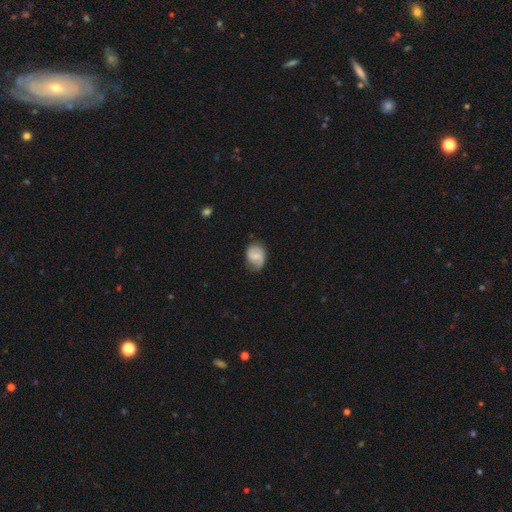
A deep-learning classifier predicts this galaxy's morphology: A featured or disk galaxy (55%) with a weak bar (52%), spiral arms (88%) and a small central bulge (52%).

Vote fractions:
- Smooth or featured? featured or disk: 55% / smooth: 38% / star or artifact: 7%
- Edge-on disk? no: 98% / yes: 2%
- Bar? weak: 52% / no: 36% / strong: 12%
- Spiral arms? yes: 88% / no: 12%
- Bulge size? small: 52% / moderate: 28% / none: 18% / large: 2% / dominant: 1%
- Merging? none: 64% / minor disturbance: 27% / major disturbance: 8% / merger: 1%